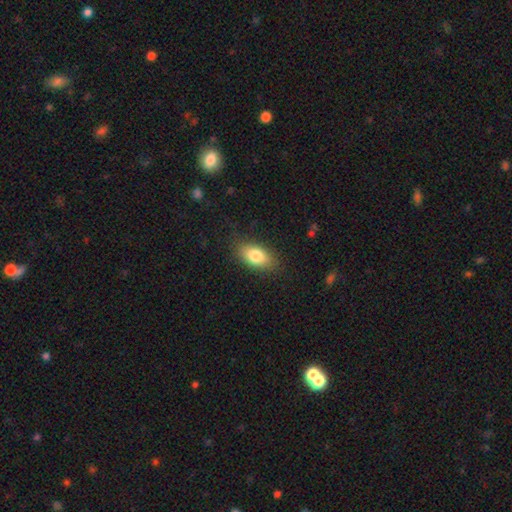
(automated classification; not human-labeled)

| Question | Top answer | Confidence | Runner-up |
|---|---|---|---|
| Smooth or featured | smooth | 81% | featured or disk (11%) |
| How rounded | in between | 88% | round (7%) |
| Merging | none | 83% | minor disturbance (12%) |